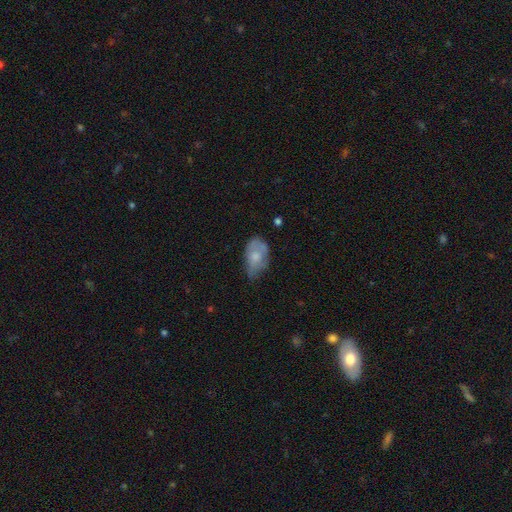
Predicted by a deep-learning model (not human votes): This is likely a smooth galaxy (65%). How rounded: clearly in between (89%). Merging: marginally minor disturbance (43%).